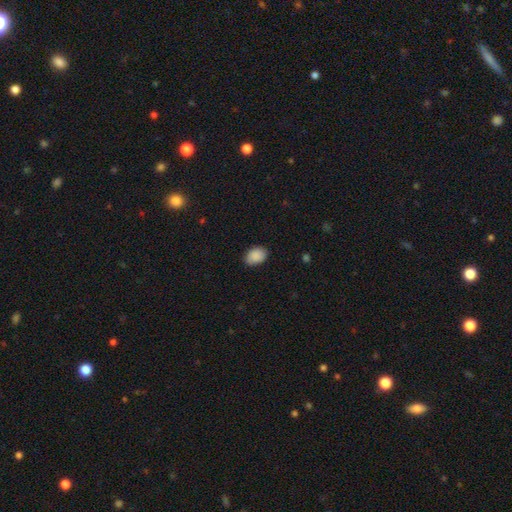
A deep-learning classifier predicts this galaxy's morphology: Smooth or featured?
  - smooth: 89% *
  - star or artifact: 7%
  - featured or disk: 3%
How rounded?
  - in between: 77% *
  - round: 22%
  - cigar-shaped: 1%
Merging?
  - none: 82% *
  - minor disturbance: 14%
  - major disturbance: 2%
  - merger: 1%